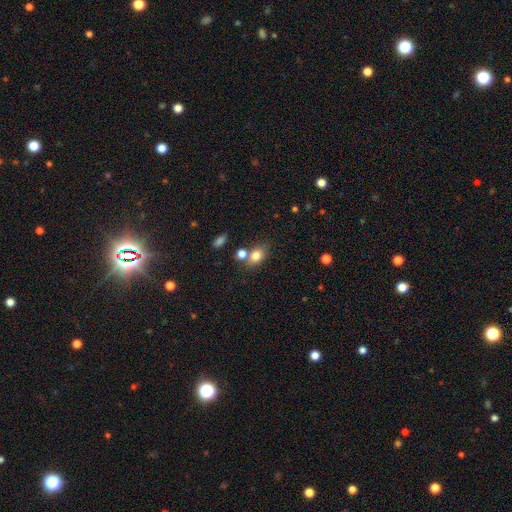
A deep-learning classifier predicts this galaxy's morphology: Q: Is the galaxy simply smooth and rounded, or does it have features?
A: smooth — 79%.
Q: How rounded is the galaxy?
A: in between — 64%.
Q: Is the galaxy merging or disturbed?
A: none — 58%.